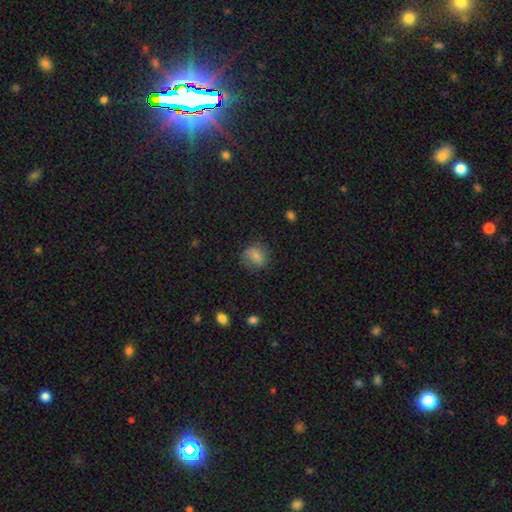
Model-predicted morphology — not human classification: Smooth or featured?
  - smooth: 80% *
  - star or artifact: 11%
  - featured or disk: 10%
How rounded?
  - round: 64% *
  - in between: 35%
  - cigar-shaped: 1%
Merging?
  - none: 72% *
  - minor disturbance: 20%
  - major disturbance: 7%
  - merger: 1%